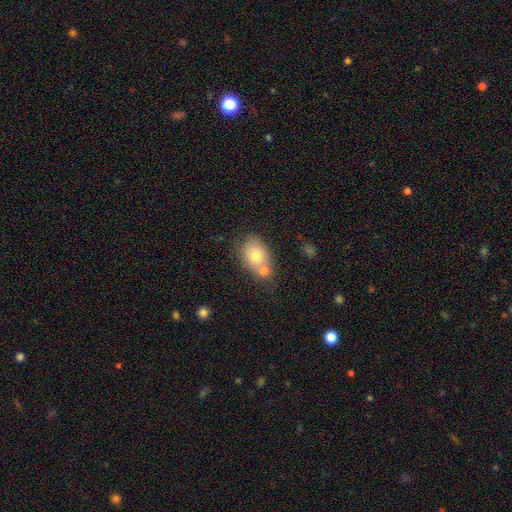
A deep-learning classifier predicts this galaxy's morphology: smooth-or-featured: smooth: 74% | featured or disk: 17% | star or artifact: 9%
  how-rounded: in between: 71% | round: 28% | cigar-shaped: 1%
  merging: none: 46% | merger: 38% | minor disturbance: 13% | major disturbance: 4%